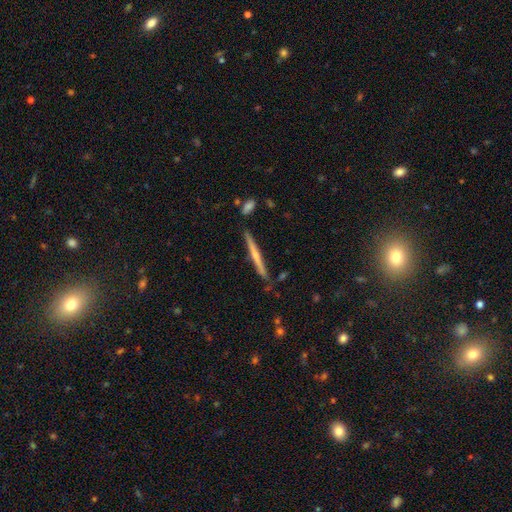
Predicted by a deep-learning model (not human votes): Smooth or featured? featured or disk (58%)
Edge-on disk? yes (97%)
Edge-on bulge? rounded (52%)
Merging? none (85%)